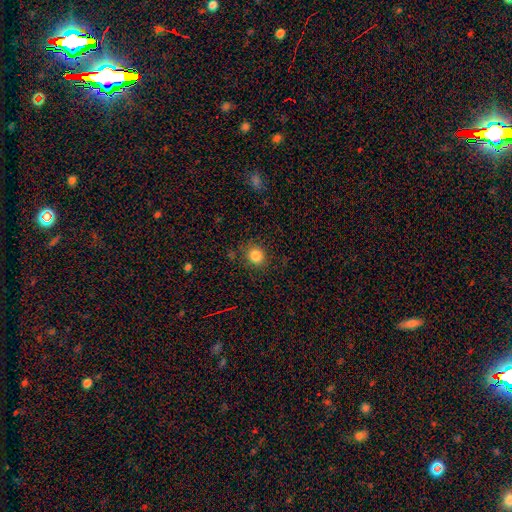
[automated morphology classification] smooth 84%, star or artifact 11%, featured or disk 5%. Down the decision tree: how rounded — round (84%); merging — none (85%).